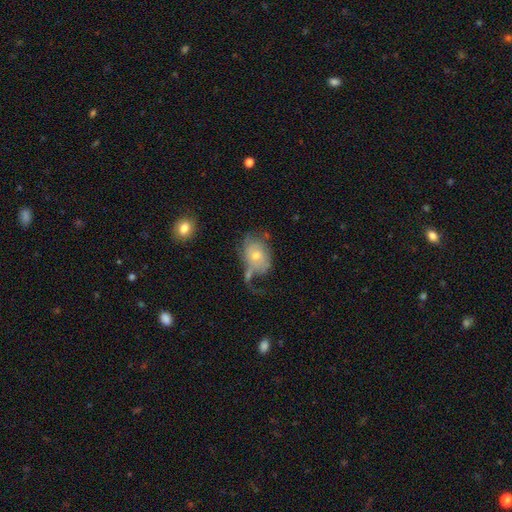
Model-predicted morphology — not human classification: smooth-or-featured: featured or disk: 45% (tied) | smooth: 45% (tied) | star or artifact: 10%
  merging: none: 36% | major disturbance: 28% | minor disturbance: 25% | merger: 11%